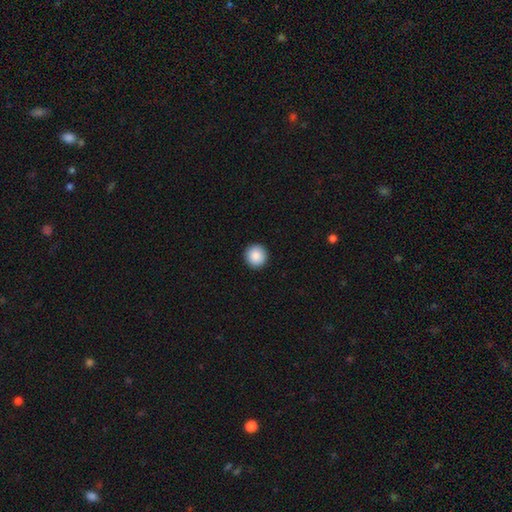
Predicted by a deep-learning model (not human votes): Smooth or featured?
  - smooth: 88% *
  - star or artifact: 8%
  - featured or disk: 5%
How rounded?
  - round: 96% *
  - in between: 3%
  - cigar-shaped: 1%
Merging?
  - none: 93% *
  - minor disturbance: 4%
  - major disturbance: 1%
  - merger: 1%